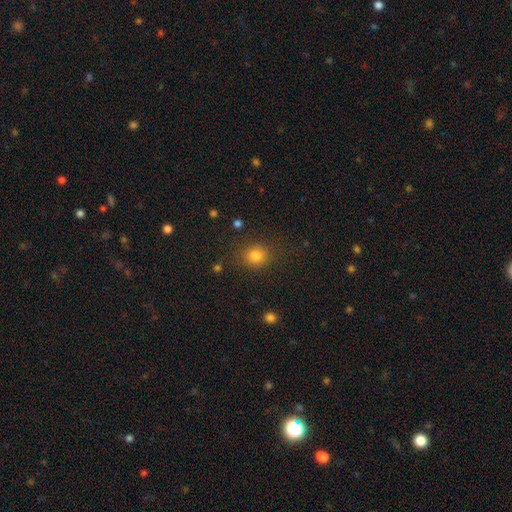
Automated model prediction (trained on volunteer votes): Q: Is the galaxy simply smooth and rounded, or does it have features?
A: smooth — 80%.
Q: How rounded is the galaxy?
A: round — 77%.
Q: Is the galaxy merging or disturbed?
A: none — 81%.